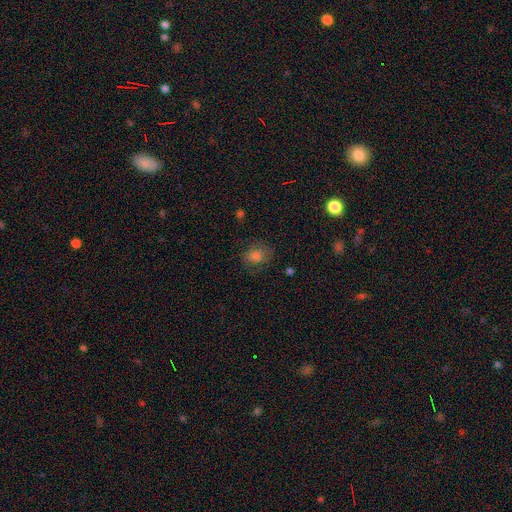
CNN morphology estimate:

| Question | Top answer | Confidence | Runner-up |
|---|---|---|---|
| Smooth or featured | smooth | 66% | star or artifact (19%) |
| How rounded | round | 60% | in between (39%) |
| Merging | none | 73% | minor disturbance (18%) |